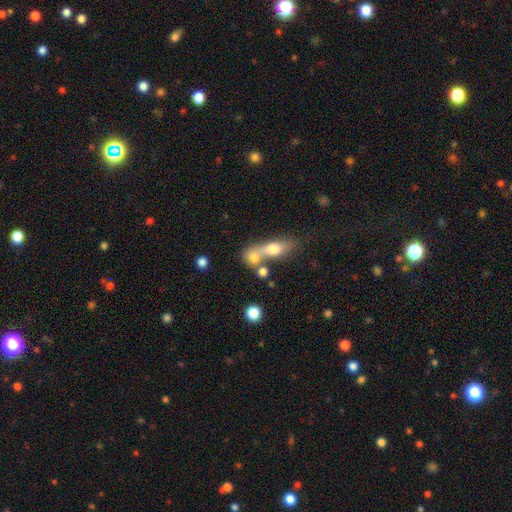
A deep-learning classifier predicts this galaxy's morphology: This is likely a smooth galaxy (70%). How rounded: possibly in between (47%). Merging: possibly merger (60%).